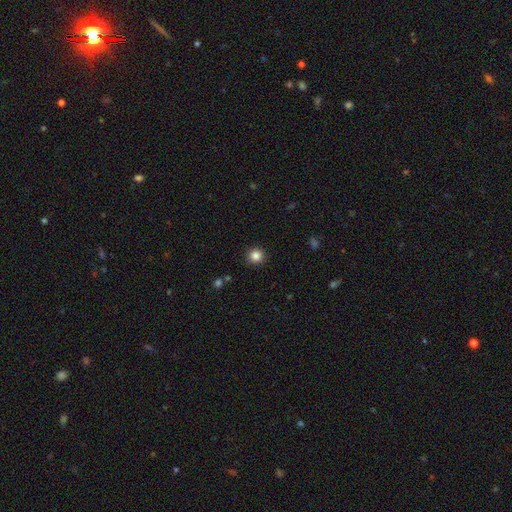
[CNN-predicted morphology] Smooth or featured? Predicted: smooth (p=0.85). How rounded? Predicted: round (p=0.93). Merging? Predicted: none (p=0.92).